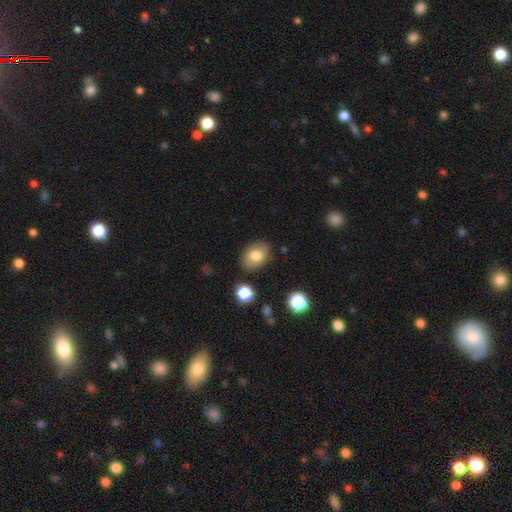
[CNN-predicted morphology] Smooth or featured?
  - smooth: 78% *
  - featured or disk: 13%
  - star or artifact: 9%
How rounded?
  - in between: 74% *
  - round: 25%
  - cigar-shaped: 1%
Merging?
  - none: 82% *
  - minor disturbance: 12%
  - major disturbance: 3%
  - merger: 2%